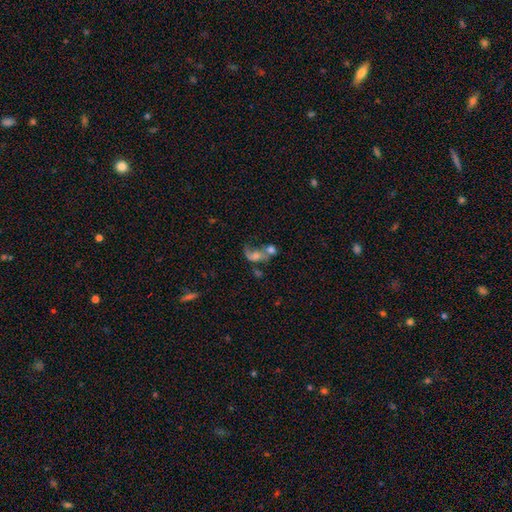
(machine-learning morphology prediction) A featured or disk galaxy (47%). Merging: merger (55%).